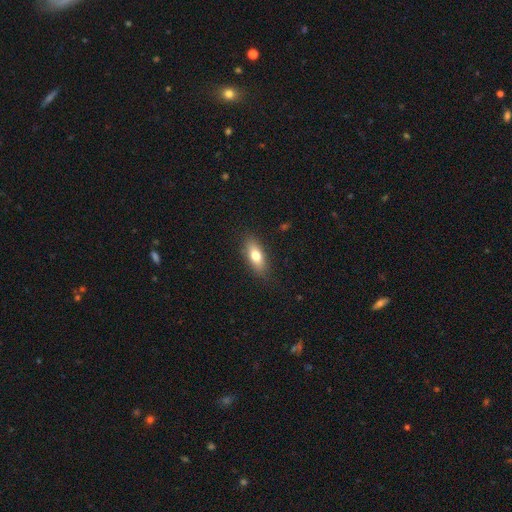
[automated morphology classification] type=smooth (74%); roundness=in between (76%); merging=none (85%).